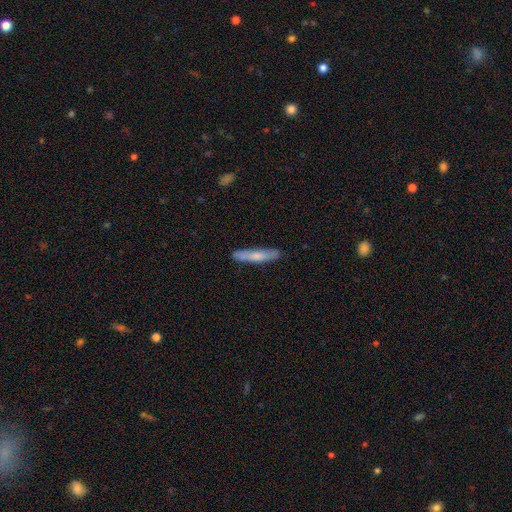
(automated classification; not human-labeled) A smooth galaxy with no disk features (66%) that is cigar-shaped (90%).

Vote fractions:
- Smooth or featured? smooth: 66% / featured or disk: 28% / star or artifact: 6%
- How rounded? cigar-shaped: 90% / in between: 8% / round: 1%
- Merging? none: 85% / minor disturbance: 11% / major disturbance: 2% / merger: 2%